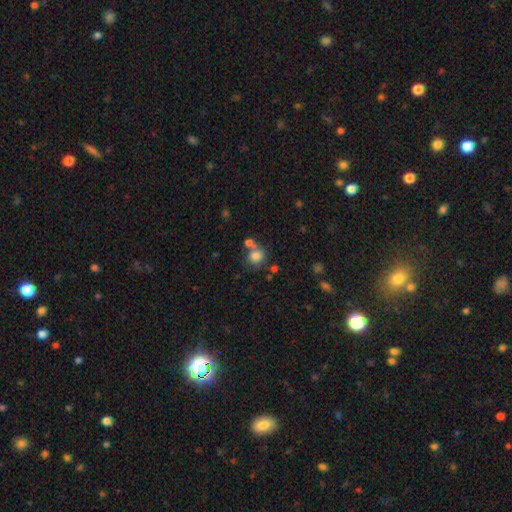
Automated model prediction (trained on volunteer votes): A smooth galaxy with no disk features (80%) that is round (85%). Merging: none (58%).